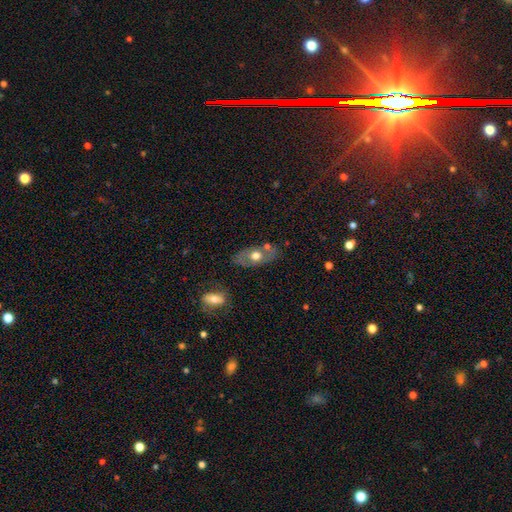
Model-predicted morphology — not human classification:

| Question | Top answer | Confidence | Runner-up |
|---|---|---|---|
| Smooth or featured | smooth | 47% | featured or disk (45%) |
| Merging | none | 68% | minor disturbance (17%) |